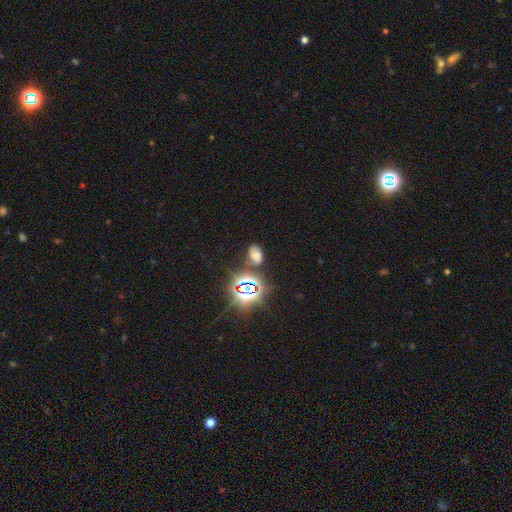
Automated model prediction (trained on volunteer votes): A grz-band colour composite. It shows a smooth galaxy with no disk features (51%) that is in between round and cigar-shaped (84%). Merging: none (66%).